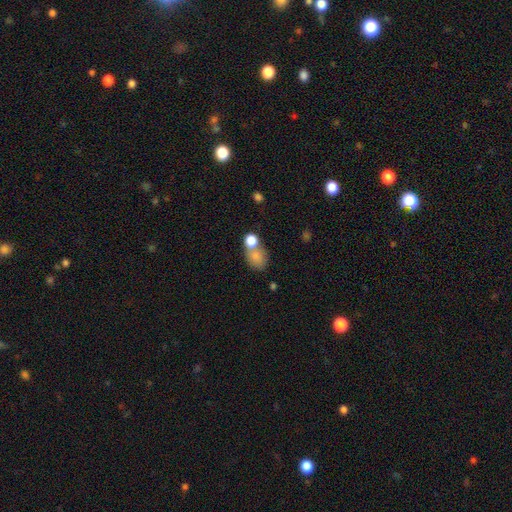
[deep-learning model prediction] A smooth galaxy with no disk features (80%) that is in between round and cigar-shaped (57%). Merging: none (43%).